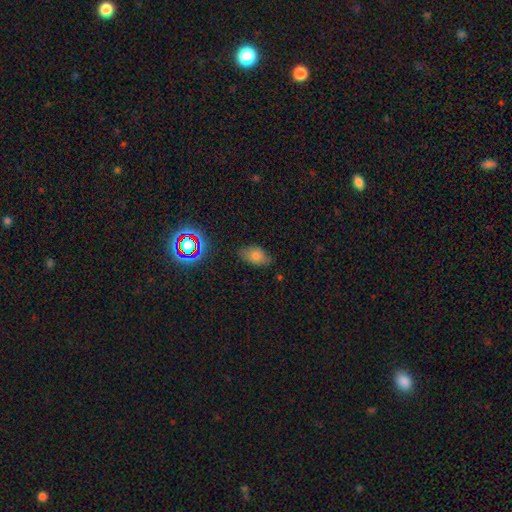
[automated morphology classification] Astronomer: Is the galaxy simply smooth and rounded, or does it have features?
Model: smooth — 72%.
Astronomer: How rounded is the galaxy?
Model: in between — 87%.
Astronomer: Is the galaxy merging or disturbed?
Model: none — 75%.